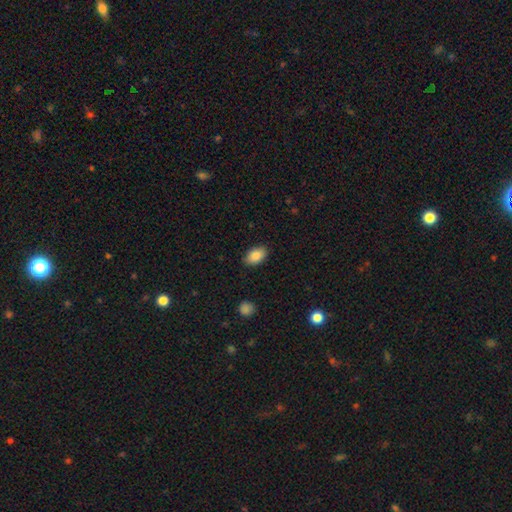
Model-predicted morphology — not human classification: Smooth or featured: smooth — 87% (star or artifact — 7%)
How rounded: in between — 90% (round — 9%)
Merging: none — 86% (minor disturbance — 11%)